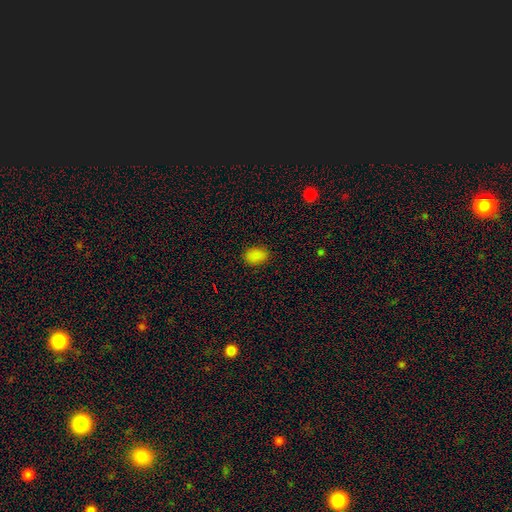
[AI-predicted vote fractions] The model was most divided on "how rounded": in between: 77%, round: 21%, cigar-shaped: 1%. More confident: merging — none (86%); smooth or featured — smooth (85%).